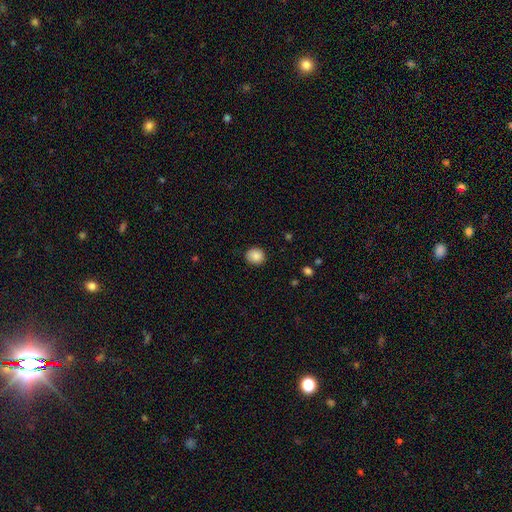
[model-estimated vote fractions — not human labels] Smooth or featured? smooth (87%)
How rounded? round (84%)
Merging? none (87%)